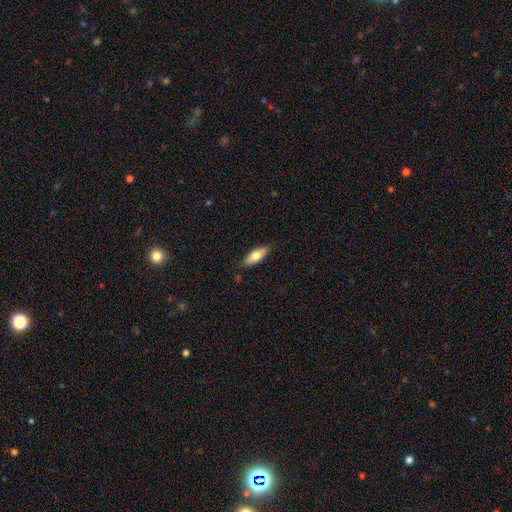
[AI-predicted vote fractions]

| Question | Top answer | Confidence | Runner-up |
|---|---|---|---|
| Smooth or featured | smooth | 71% | featured or disk (23%) |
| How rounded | in between | 70% | cigar-shaped (27%) |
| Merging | none | 84% | minor disturbance (13%) |